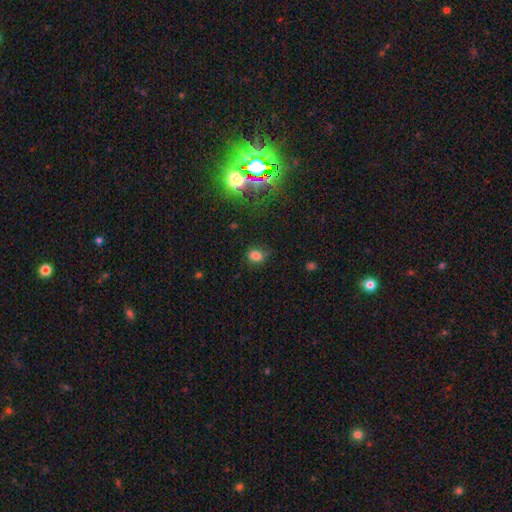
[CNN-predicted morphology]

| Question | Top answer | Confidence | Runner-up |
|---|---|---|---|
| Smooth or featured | smooth | 78% | star or artifact (16%) |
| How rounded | round | 60% | in between (39%) |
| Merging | none | 69% | minor disturbance (22%) |